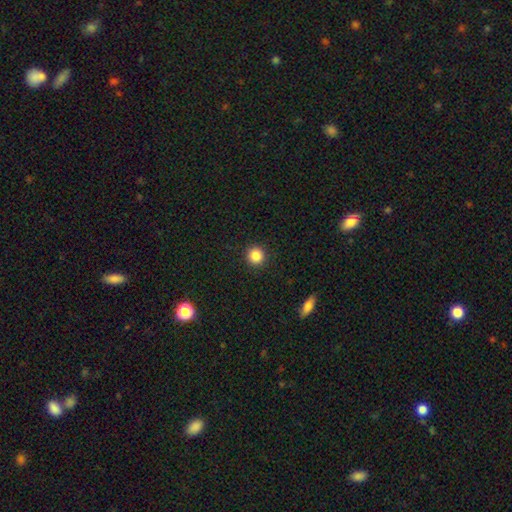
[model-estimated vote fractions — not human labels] A smooth galaxy with no disk features (86%) that is round (94%).

Vote fractions:
- Smooth or featured? smooth: 86% / star or artifact: 11% / featured or disk: 4%
- How rounded? round: 94% / in between: 5% / cigar-shaped: 1%
- Merging? none: 93% / minor disturbance: 5% / major disturbance: 2% / merger: 1%